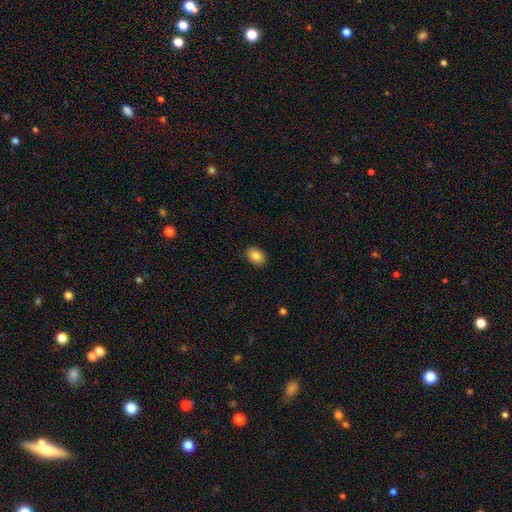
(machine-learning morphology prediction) Smooth or featured? smooth (86%)
How rounded? in between (83%)
Merging? none (88%)